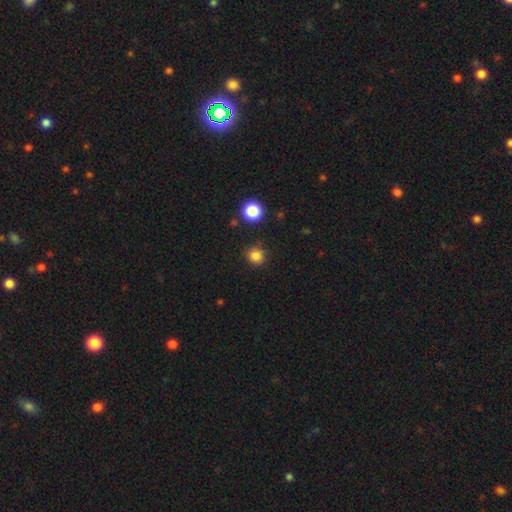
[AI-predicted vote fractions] Overall: smooth (83%). How rounded: round (92%). Merging: none (89%).